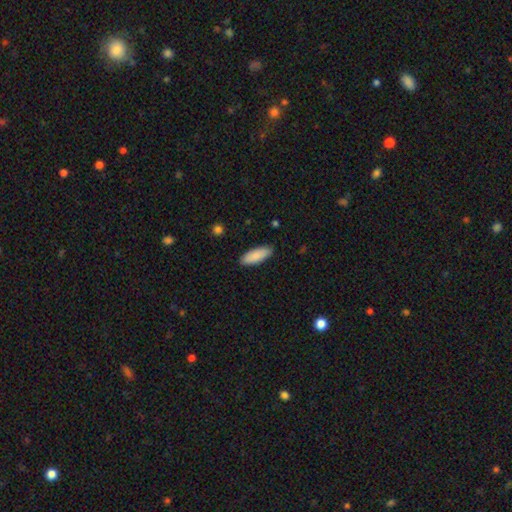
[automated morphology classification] The model was most divided on "how rounded": in between: 70%, cigar-shaped: 28%, round: 2%. More confident: merging — none (89%); smooth or featured — smooth (88%).